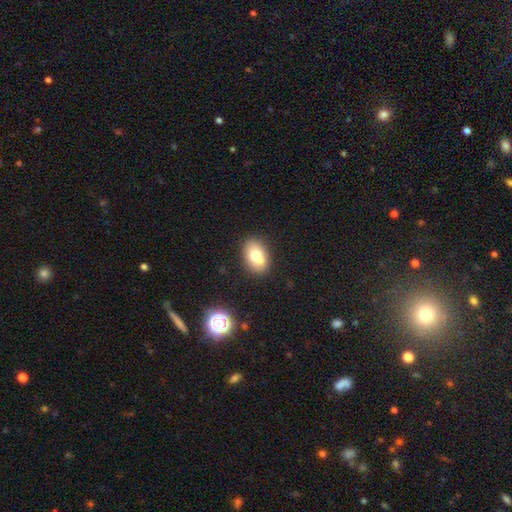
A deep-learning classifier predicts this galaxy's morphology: Smooth or featured?
  - smooth: 70% *
  - featured or disk: 20%
  - star or artifact: 10%
How rounded?
  - in between: 77% *
  - round: 21%
  - cigar-shaped: 1%
Merging?
  - none: 54% *
  - merger: 30%
  - minor disturbance: 13%
  - major disturbance: 4%